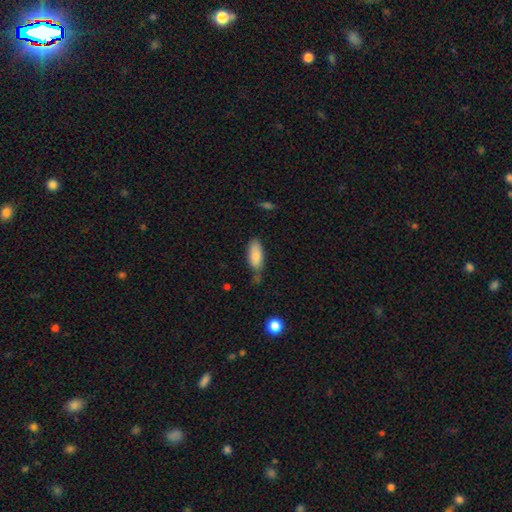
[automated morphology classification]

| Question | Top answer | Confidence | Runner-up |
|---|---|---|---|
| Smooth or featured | smooth | 84% | featured or disk (10%) |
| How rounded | in between | 82% | cigar-shaped (15%) |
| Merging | none | 57% | minor disturbance (29%) |